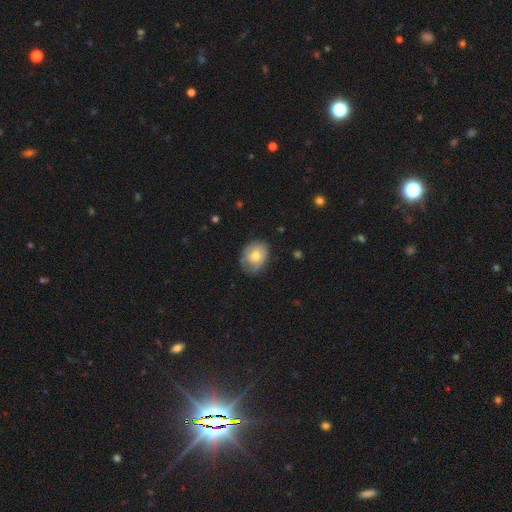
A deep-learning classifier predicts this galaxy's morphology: Smooth or featured? smooth (55%)
How rounded? in between (54%)
Merging? none (66%)